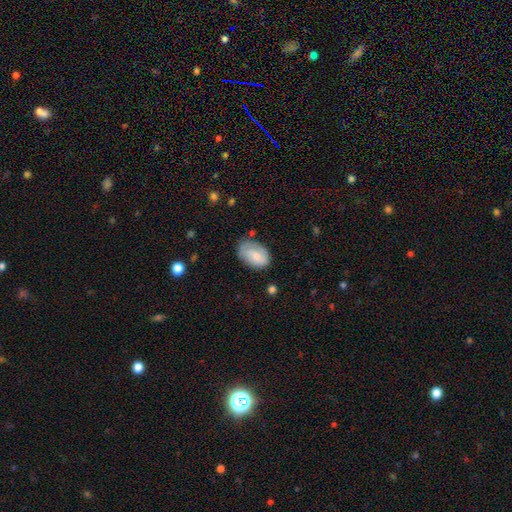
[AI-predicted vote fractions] smooth_or_featured: smooth (p=0.66) [alt: featured or disk p=0.28]
how_rounded: in between (p=0.89) [alt: round p=0.09]
merging: none (p=0.64) [alt: minor disturbance p=0.27]